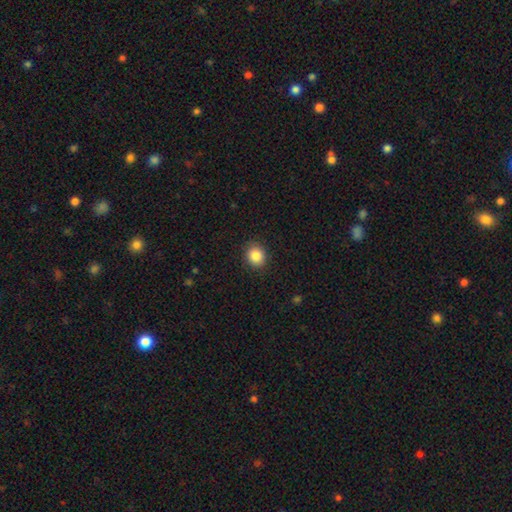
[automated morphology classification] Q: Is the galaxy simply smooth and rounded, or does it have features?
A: smooth — 86%.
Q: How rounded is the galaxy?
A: round — 76%.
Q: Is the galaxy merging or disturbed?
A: none — 89%.